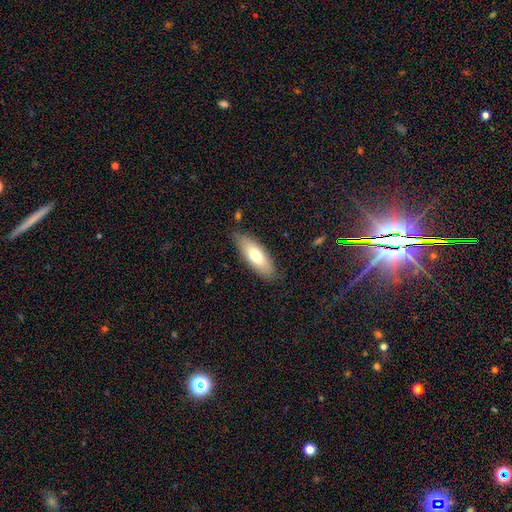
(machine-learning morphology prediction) smooth-or-featured: smooth: 70% | featured or disk: 24% | star or artifact: 6%
  how-rounded: in between: 66% | cigar-shaped: 32% | round: 2%
  merging: none: 81% | minor disturbance: 14% | major disturbance: 3% | merger: 1%